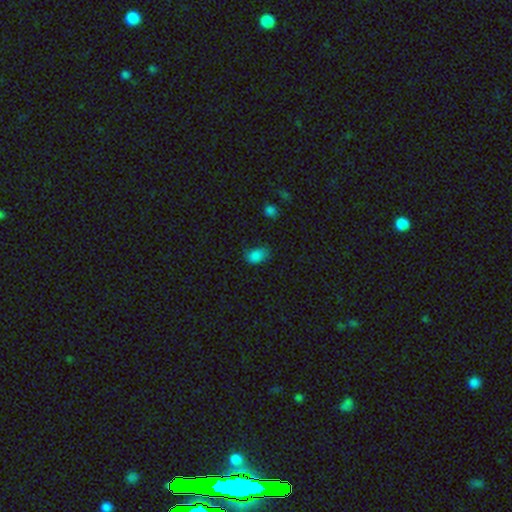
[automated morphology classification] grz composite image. It shows a smooth galaxy with no disk features (82%) that is in between round and cigar-shaped (83%). Merging: none (57%).